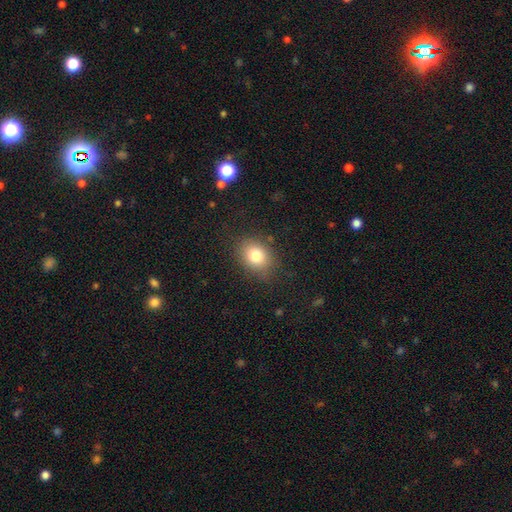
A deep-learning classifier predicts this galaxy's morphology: Overall: smooth (78%). How rounded: in between (54%; round 45%). Merging: none (83%).